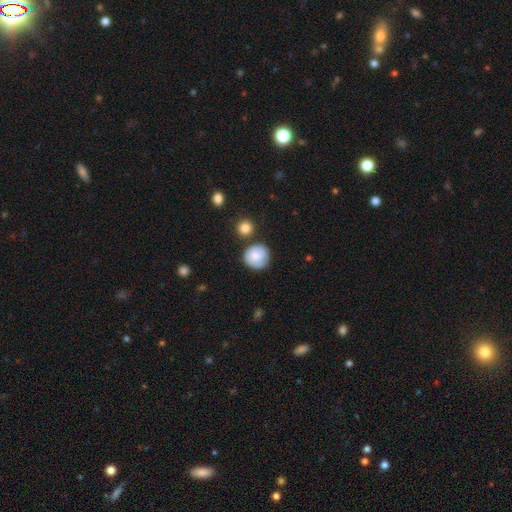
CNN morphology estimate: This appears to be a smooth galaxy with no disk features (60%) that is round (89%). Merging: none (68%).